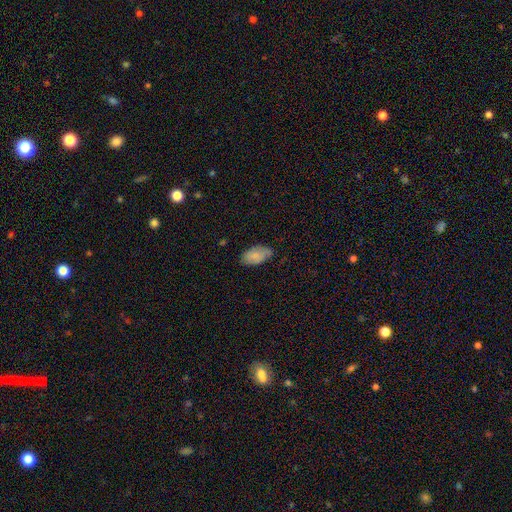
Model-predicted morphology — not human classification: A smooth galaxy with no disk features (79%) that is in between round and cigar-shaped (94%). Merging: none (69%).